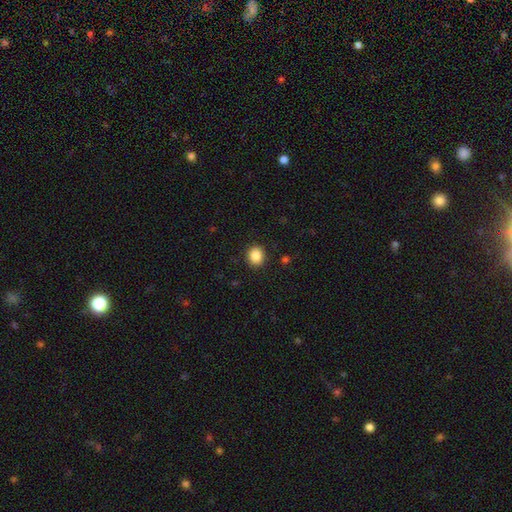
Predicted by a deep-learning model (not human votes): smooth_or_featured: smooth (p=0.87) [alt: star or artifact p=0.09]
how_rounded: round (p=0.79) [alt: in between p=0.20]
merging: none (p=0.91) [alt: minor disturbance p=0.06]